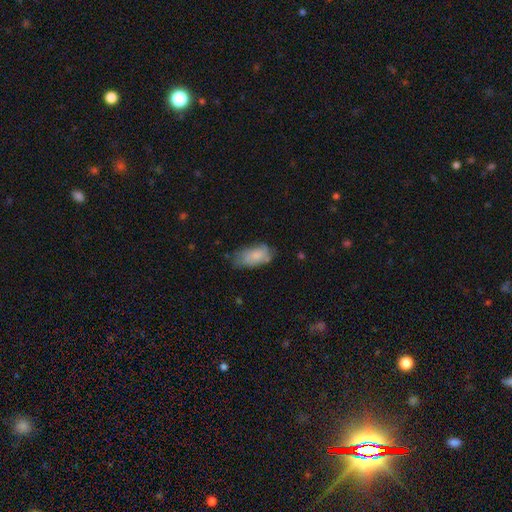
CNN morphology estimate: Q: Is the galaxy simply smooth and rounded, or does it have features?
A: smooth — 79%.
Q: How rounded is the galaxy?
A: in between — 92%.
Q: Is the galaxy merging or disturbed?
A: none — 54%.